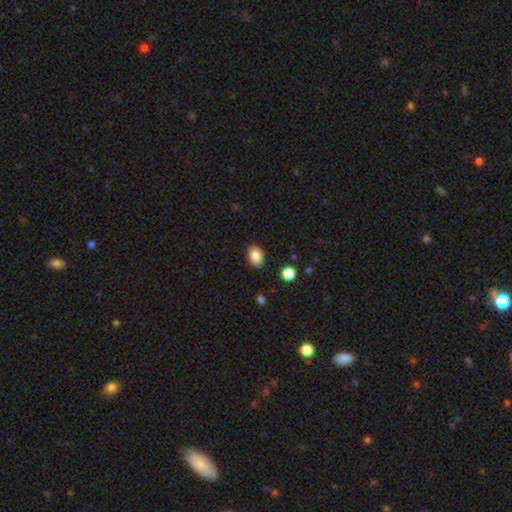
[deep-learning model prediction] Q: Smooth or featured?
A: smooth (86%); runner-up: star or artifact (9%)
Q: How rounded?
A: in between (74%); runner-up: round (25%)
Q: Merging?
A: none (87%); runner-up: minor disturbance (10%)